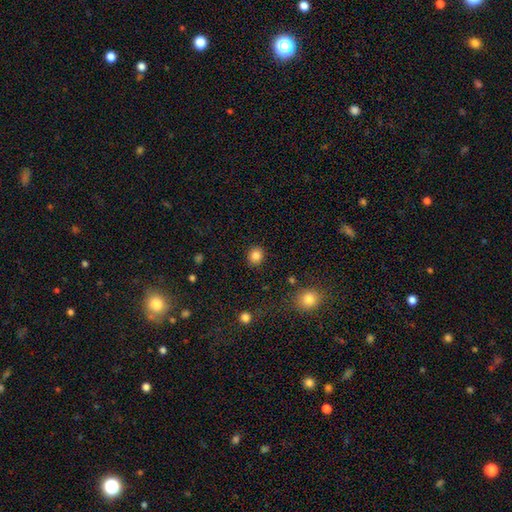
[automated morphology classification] Overall: smooth (85%). How rounded: round (79%). Merging: none (90%).